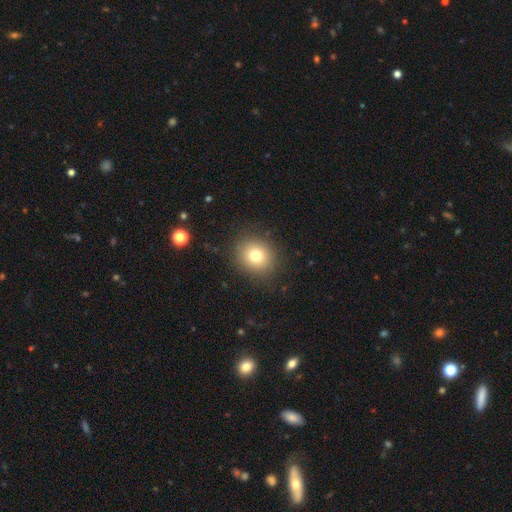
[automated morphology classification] Overall: smooth (77%). How rounded: round (79%). Merging: none (87%).